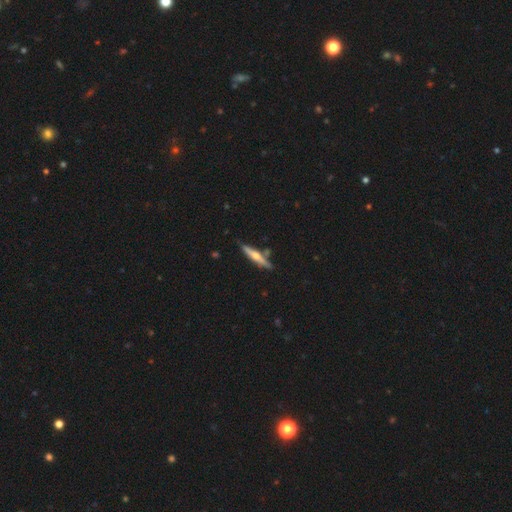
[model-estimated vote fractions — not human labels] Morphology: type=featured or disk (54%); edge-on=yes (95%); edge-on bulge=rounded (81%); merging=none (77%).